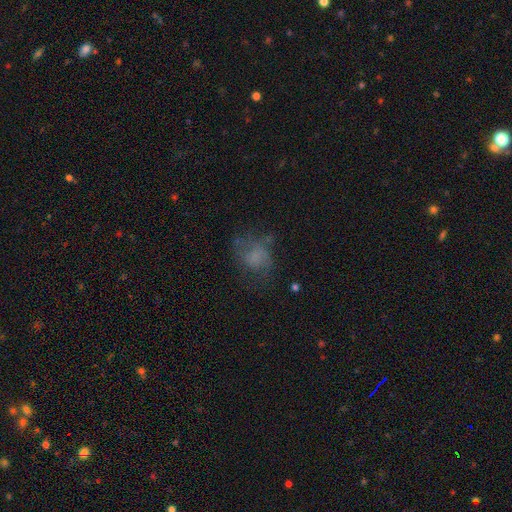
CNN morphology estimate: smooth_or_featured: smooth (p=0.50) [alt: featured or disk p=0.34]
how_rounded: in between (p=0.50) [alt: round p=0.48]
merging: none (p=0.49) [alt: major disturbance p=0.26]